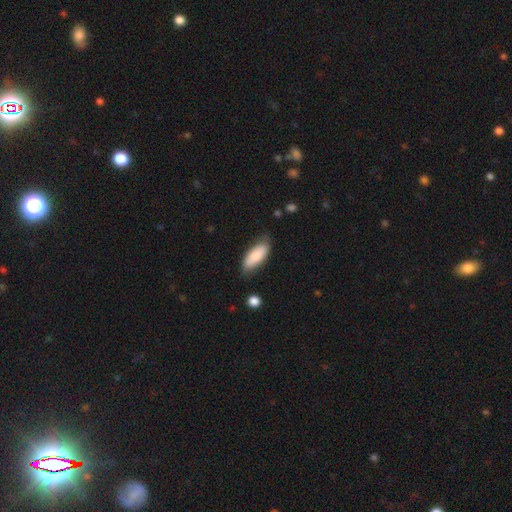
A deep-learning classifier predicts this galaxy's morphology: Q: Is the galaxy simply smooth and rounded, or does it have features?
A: smooth — 82%.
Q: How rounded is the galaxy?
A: in between — 78%.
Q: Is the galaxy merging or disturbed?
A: none — 70%.